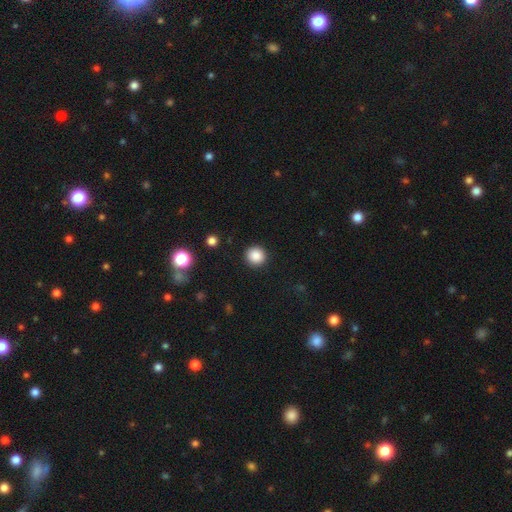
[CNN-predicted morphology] The model was most divided on "smooth or featured": smooth: 87%, star or artifact: 10%, featured or disk: 3%. More confident: how rounded — round (94%); merging — none (92%).